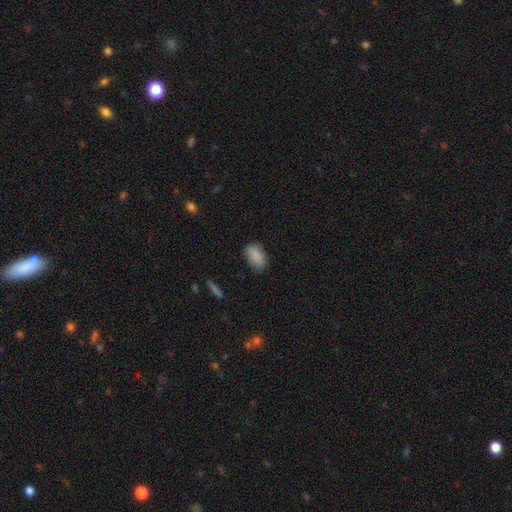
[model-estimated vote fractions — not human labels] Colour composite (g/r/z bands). It shows a smooth galaxy with no disk features (88%) that is in between round and cigar-shaped (91%). Merging: none (79%).